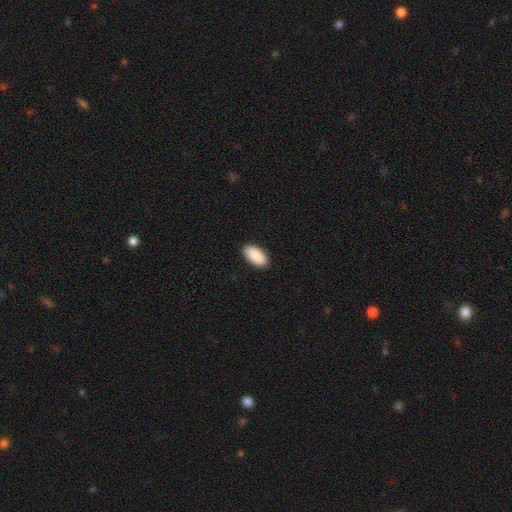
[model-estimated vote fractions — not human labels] smooth-or-featured: smooth: 90% | star or artifact: 6% | featured or disk: 4%
  how-rounded: in between: 95% | cigar-shaped: 3% | round: 2%
  merging: none: 90% | minor disturbance: 8% | major disturbance: 2% | merger: 1%